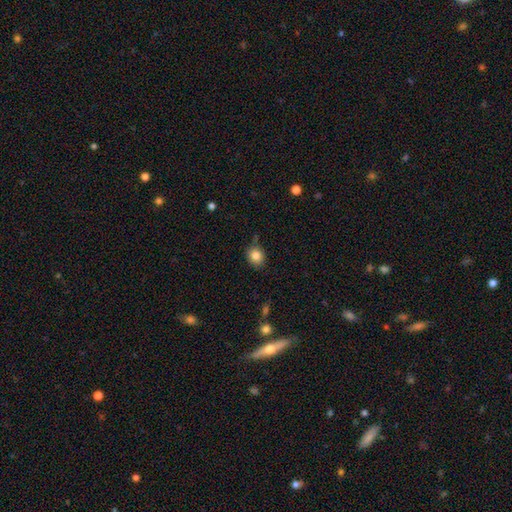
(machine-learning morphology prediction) Smooth or featured?
  - smooth: 84% *
  - star or artifact: 10%
  - featured or disk: 6%
How rounded?
  - round: 75% *
  - in between: 24%
  - cigar-shaped: 1%
Merging?
  - none: 79% *
  - minor disturbance: 14%
  - merger: 3%
  - major disturbance: 3%